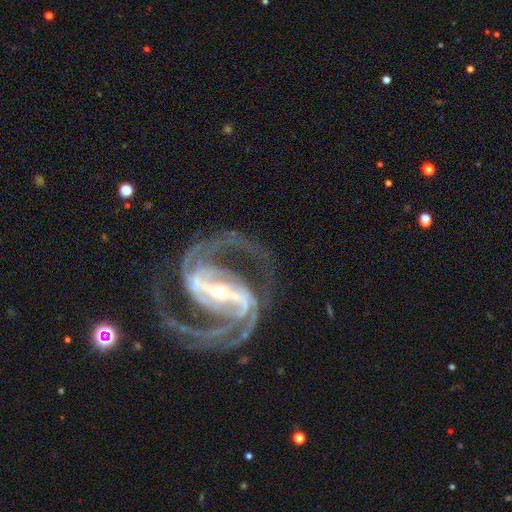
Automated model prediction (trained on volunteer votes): Smooth or featured?
  - featured or disk: 94% *
  - star or artifact: 4%
  - smooth: 2%
Edge-on disk?
  - no: 97% *
  - yes: 3%
Bar?
  - strong: 81% *
  - weak: 15%
  - no: 5%
Spiral arms?
  - yes: 99% *
  - no: 1%
Spiral winding?
  - medium: 60% *
  - tight: 30%
  - loose: 11%
Spiral arm count?
  - 2: 89% *
  - 3: 4%
  - can't tell: 2%
  - 4: 2%
  - 1: 2%
  - more than 4: 2%
Bulge size?
  - small: 65% *
  - moderate: 30%
  - large: 3%
  - none: 1%
  - dominant: 1%
Merging?
  - none: 75% *
  - minor disturbance: 13%
  - major disturbance: 10%
  - merger: 2%